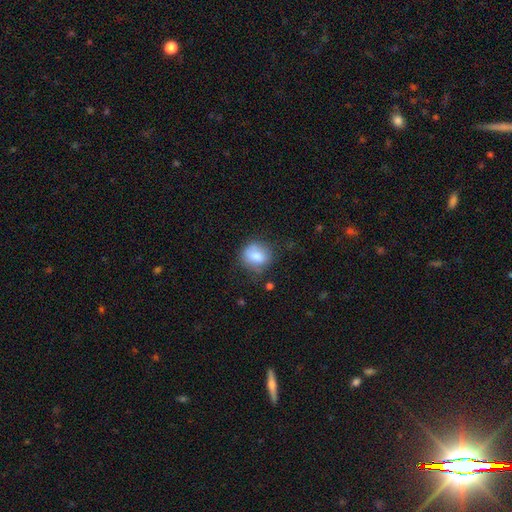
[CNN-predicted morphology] A smooth galaxy with no disk features (79%) that is round (72%). Merging: none (63%).